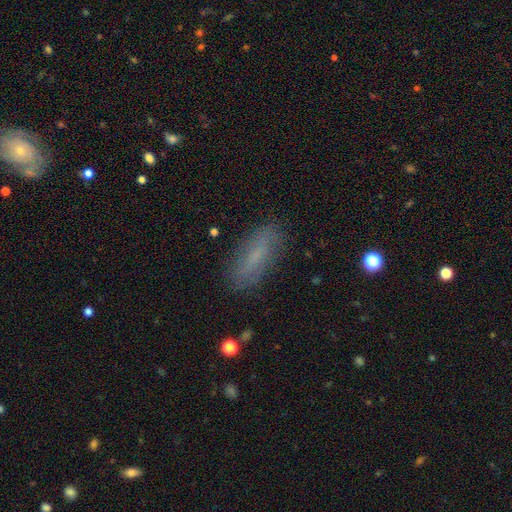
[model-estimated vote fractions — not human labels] smooth 63%, featured or disk 25%, star or artifact 12%. Down the decision tree: how rounded — in between (54%); merging — none (84%).